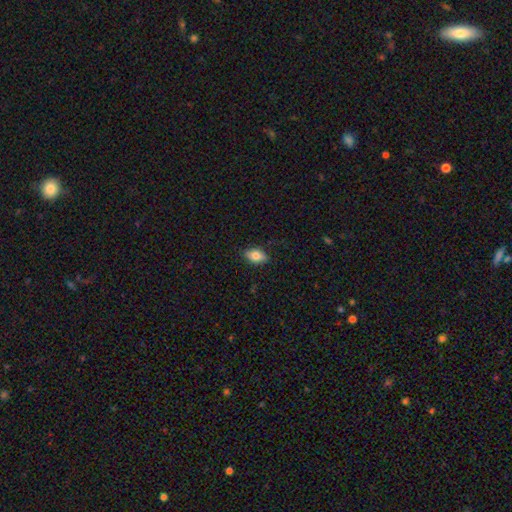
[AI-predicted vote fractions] Smooth or featured? Predicted: smooth (p=0.76). How rounded? Predicted: in between (p=0.86). Merging? Predicted: none (p=0.84).